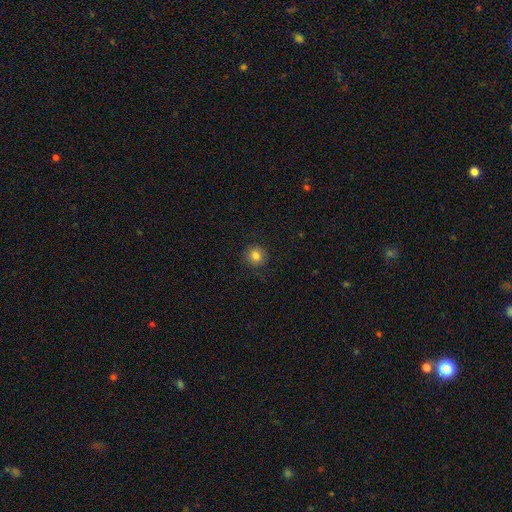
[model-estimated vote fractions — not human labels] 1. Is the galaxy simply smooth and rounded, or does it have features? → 82% smooth, 11% star or artifact, 8% featured or disk.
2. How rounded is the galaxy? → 91% round, 8% in between, 1% cigar-shaped.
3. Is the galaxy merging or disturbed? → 87% none, 9% minor disturbance, 3% major disturbance, 1% merger.